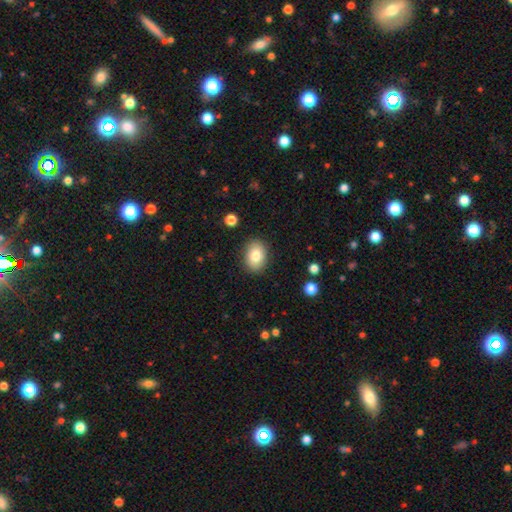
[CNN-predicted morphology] A smooth galaxy with no disk features (82%) that is in between round and cigar-shaped (76%). Merging: none (87%).